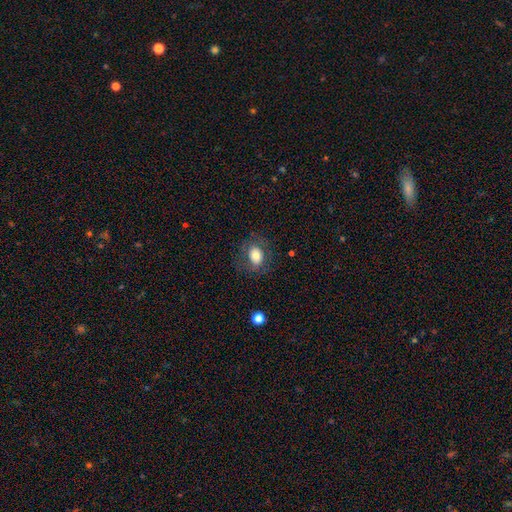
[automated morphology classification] Smooth or featured: smooth — 72% (featured or disk — 19%)
How rounded: in between — 60% (round — 39%)
Merging: none — 77% (minor disturbance — 13%)